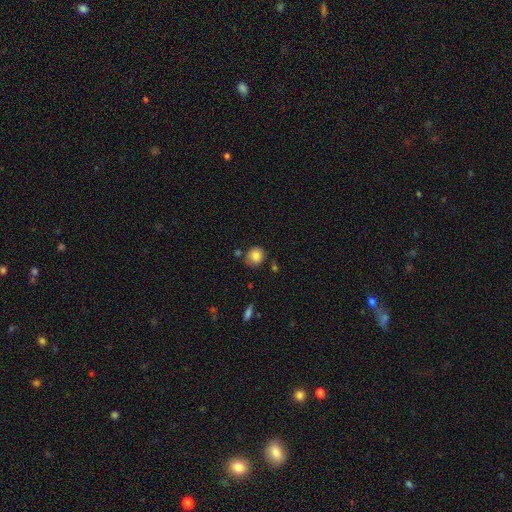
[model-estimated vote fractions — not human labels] Smooth or featured: smooth — 83% (star or artifact — 9%)
How rounded: round — 84% (in between — 15%)
Merging: none — 75% (minor disturbance — 15%)